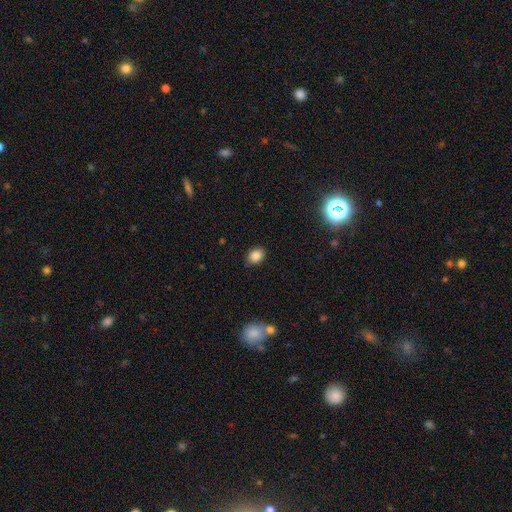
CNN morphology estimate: Smooth or featured? smooth (85%)
How rounded? in between (69%)
Merging? none (84%)